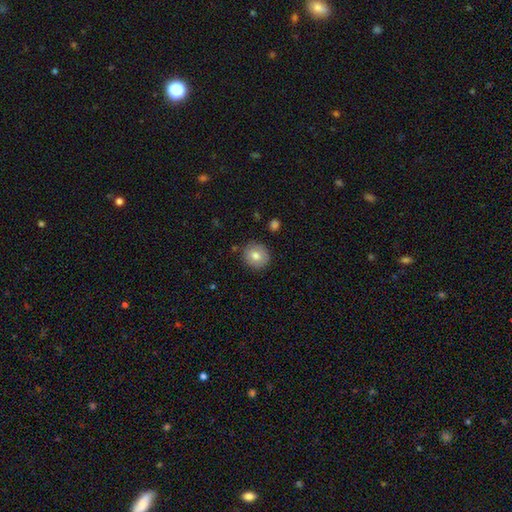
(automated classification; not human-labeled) Smooth or featured: smooth — 77% (featured or disk — 14%)
How rounded: round — 90% (in between — 9%)
Merging: none — 86% (minor disturbance — 10%)